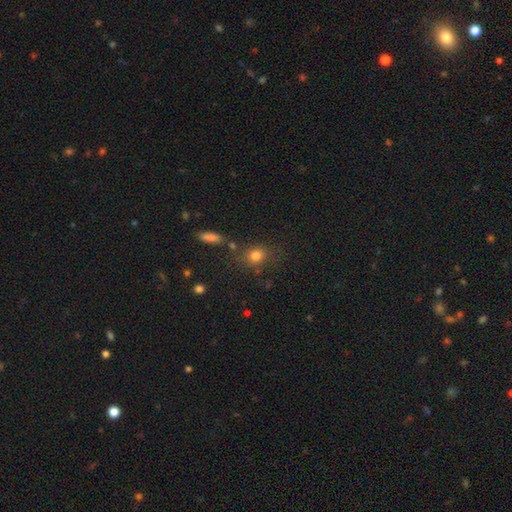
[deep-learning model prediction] smooth-or-featured: smooth: 78% | star or artifact: 13% | featured or disk: 9%
  how-rounded: round: 60% | in between: 37% | cigar-shaped: 2%
  merging: none: 73% | minor disturbance: 14% | merger: 8% | major disturbance: 5%